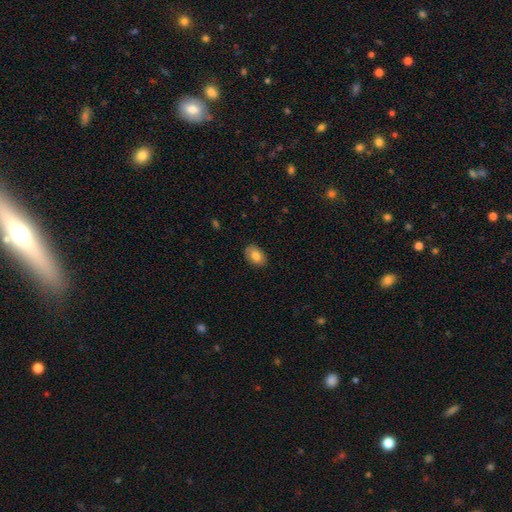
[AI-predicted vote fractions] This appears to be a smooth galaxy with no disk features (80%) that is in between round and cigar-shaped (87%). Merging: none (83%).